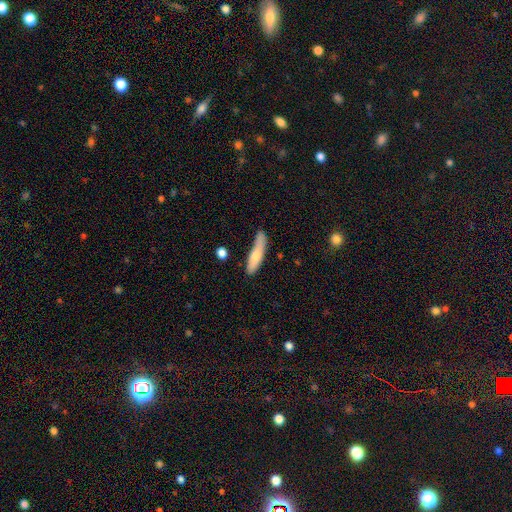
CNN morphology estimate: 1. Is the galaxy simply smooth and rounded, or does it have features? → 70% smooth, 24% featured or disk, 6% star or artifact.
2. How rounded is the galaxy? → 77% cigar-shaped, 21% in between, 2% round.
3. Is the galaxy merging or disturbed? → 61% none, 27% minor disturbance, 7% major disturbance, 5% merger.